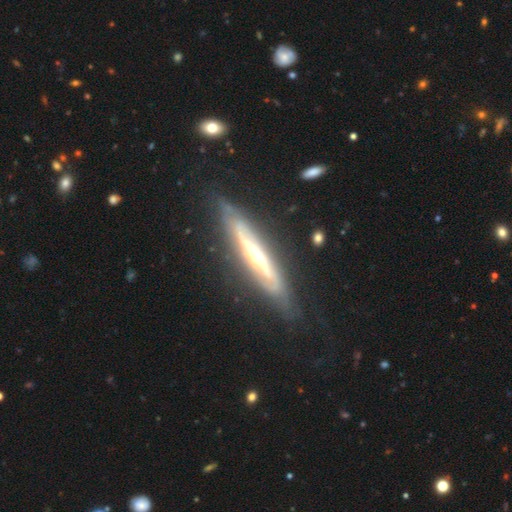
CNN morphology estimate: featured or disk 83%, smooth 12%, star or artifact 5%. Down the decision tree: edge-on disk — yes (69%); edge-on bulge — rounded (74%); merging — none (72%).